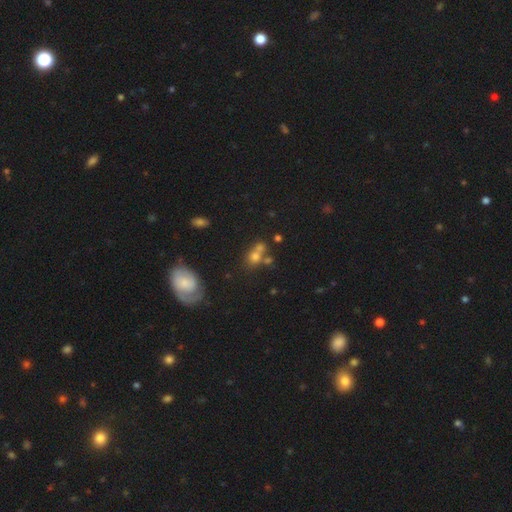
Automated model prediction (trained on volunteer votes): The model was most divided on "merging" (2-way tie): none: 42%, merger: 42%, minor disturbance: 11%, major disturbance: 6%. More confident: how rounded — round (71%); smooth or featured — smooth (63%).